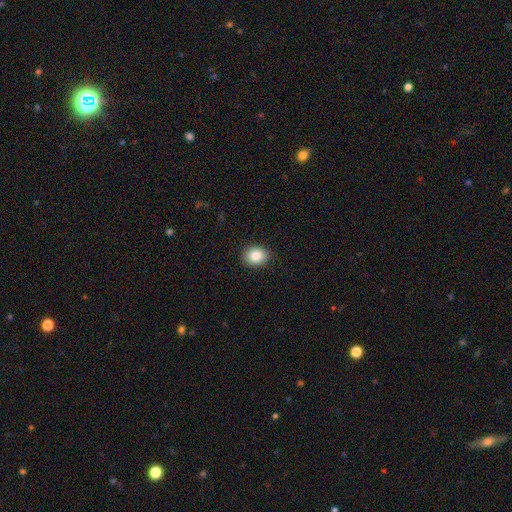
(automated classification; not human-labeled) A smooth galaxy with no disk features (85%) that is round (58%).

Vote fractions:
- Smooth or featured? smooth: 85% / star or artifact: 9% / featured or disk: 6%
- How rounded? round: 58% / in between: 41% / cigar-shaped: 1%
- Merging? none: 88% / minor disturbance: 9% / major disturbance: 2% / merger: 1%